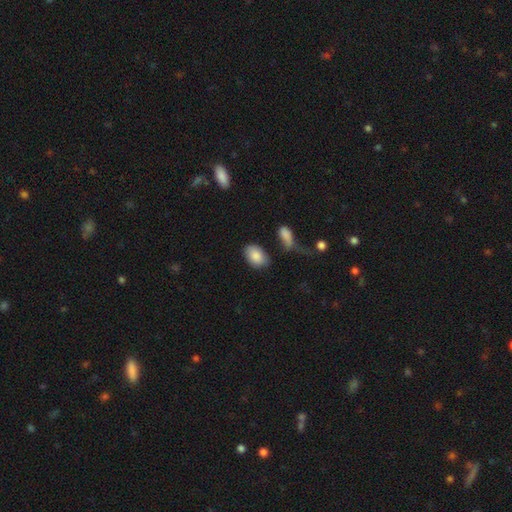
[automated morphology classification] Overall: smooth (87%). How rounded: in between (88%). Merging: none (69%).